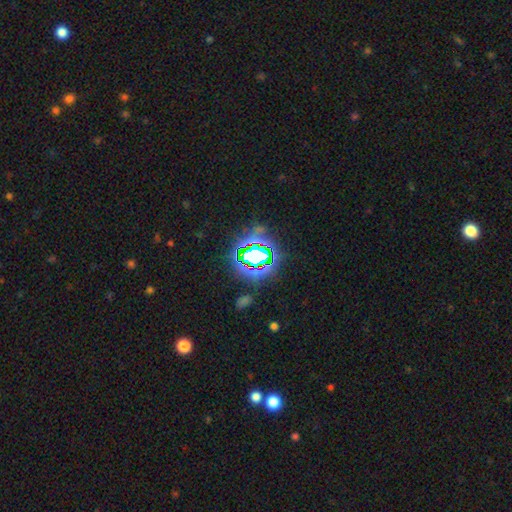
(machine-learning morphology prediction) This appears to be a star or artifact, not a galaxy (82%).